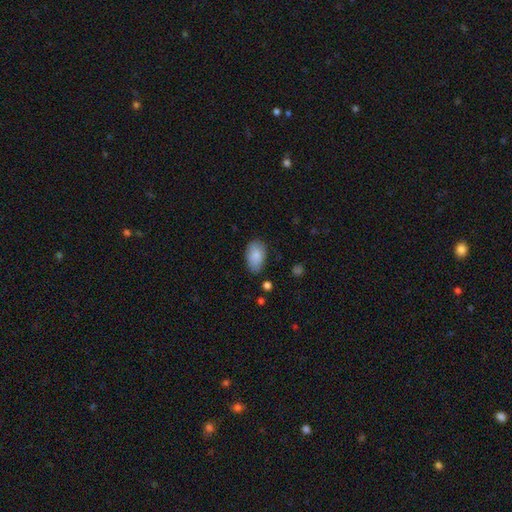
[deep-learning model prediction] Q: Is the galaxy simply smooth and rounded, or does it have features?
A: smooth — 85%.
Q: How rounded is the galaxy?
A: in between — 92%.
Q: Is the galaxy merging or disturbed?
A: none — 74%.